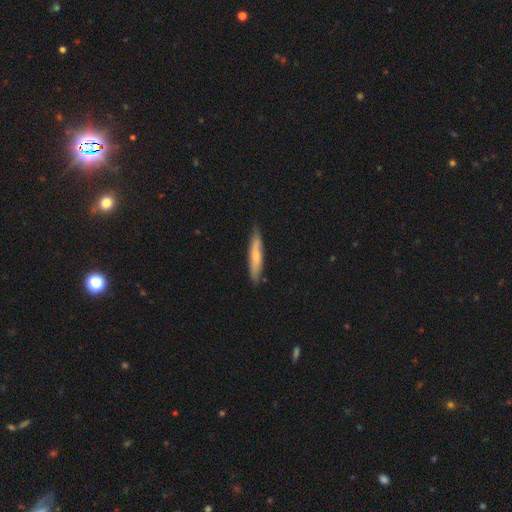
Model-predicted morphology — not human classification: type=smooth (62%); roundness=cigar-shaped (89%); merging=none (84%).